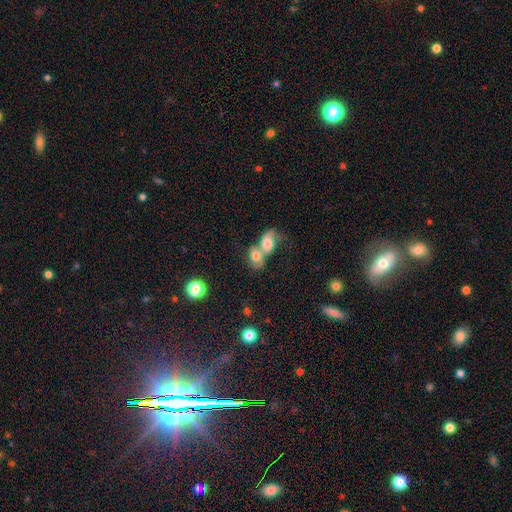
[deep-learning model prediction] This is likely a smooth galaxy (61%). How rounded: likely in between (63%). Merging: clearly merger (81%).